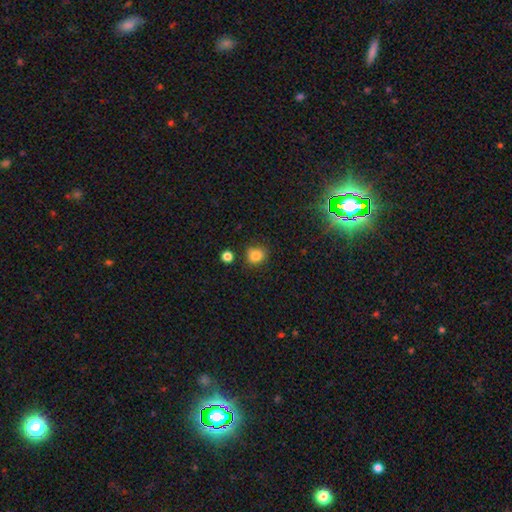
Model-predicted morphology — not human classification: smooth_or_featured: smooth (p=0.83) [alt: star or artifact p=0.12]
how_rounded: round (p=0.72) [alt: in between p=0.27]
merging: none (p=0.73) [alt: minor disturbance p=0.17]